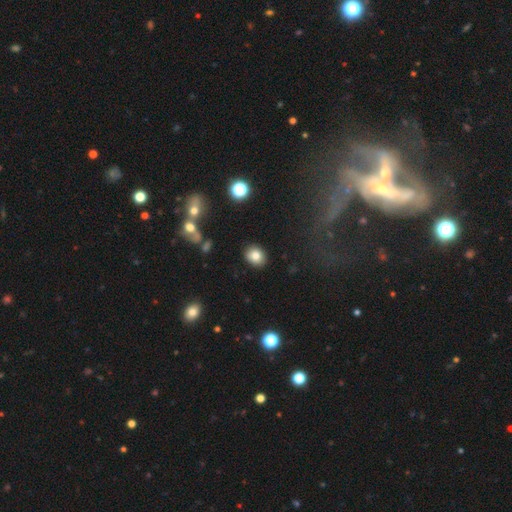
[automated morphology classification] A smooth galaxy with no disk features (82%) that is round (59%).

Vote fractions:
- Smooth or featured? smooth: 82% / star or artifact: 10% / featured or disk: 8%
- How rounded? round: 59% / in between: 40% / cigar-shaped: 1%
- Merging? none: 88% / minor disturbance: 8% / major disturbance: 2% / merger: 2%